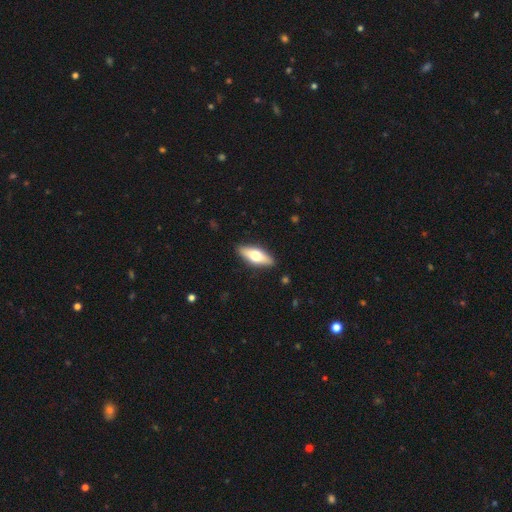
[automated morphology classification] Q: Smooth or featured?
A: smooth (55%); runner-up: featured or disk (39%)
Q: How rounded?
A: in between (64%); runner-up: cigar-shaped (33%)
Q: Merging?
A: none (88%); runner-up: minor disturbance (9%)